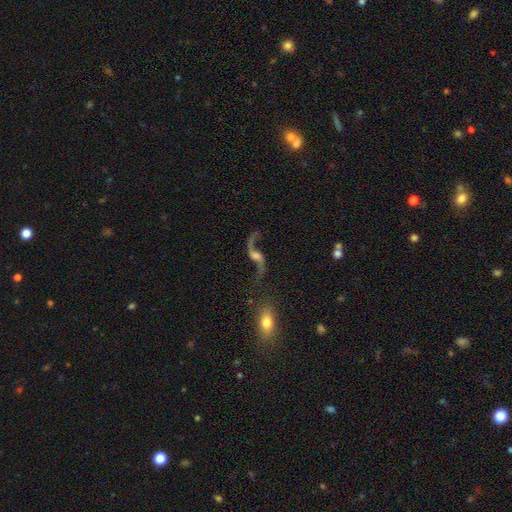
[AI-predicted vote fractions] This is clearly a featured or disk galaxy (87%). It is clearly not viewed edge-on (94%). Bar: possibly no (49%). Spiral arm pattern: clearly yes (96%). Spiral arm count: clearly 2 (93%). Spiral winding: clearly loose (94%). Central bulge: marginally moderate (34%). Merging: likely none (66%).